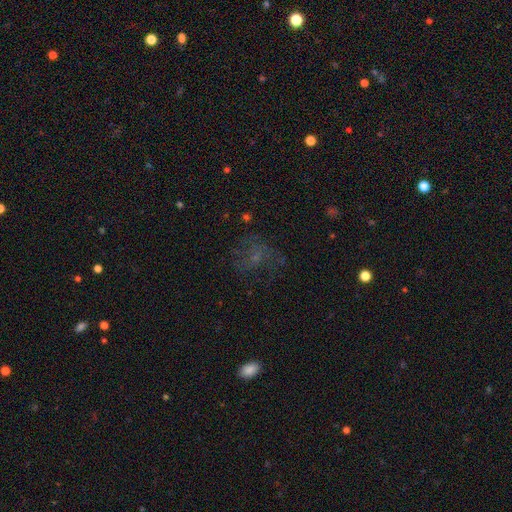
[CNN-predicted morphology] Smooth or featured? Predicted: smooth (p=0.37). Merging? Predicted: none (p=0.51).